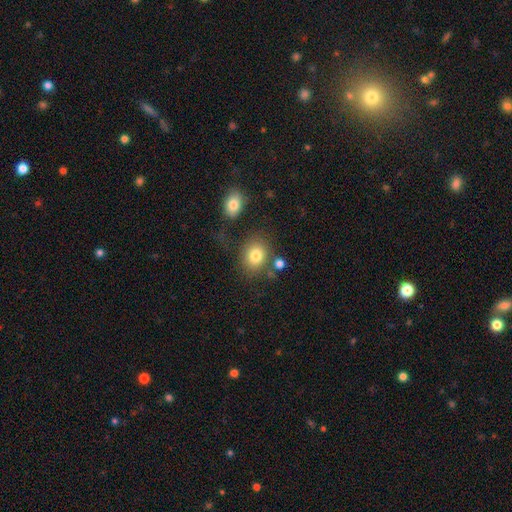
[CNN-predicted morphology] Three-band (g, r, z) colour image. It shows a smooth galaxy with no disk features (81%) that is round (56%). Merging: none (72%).